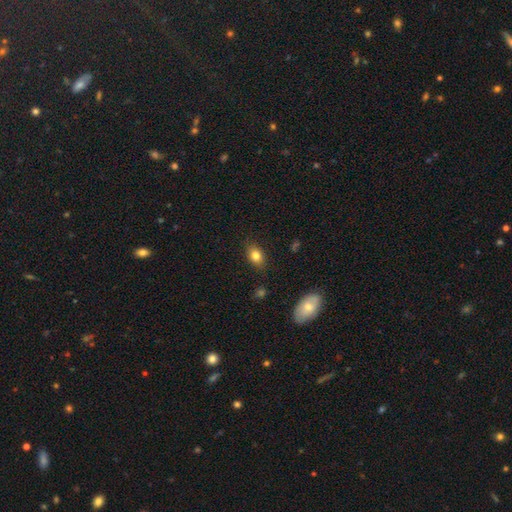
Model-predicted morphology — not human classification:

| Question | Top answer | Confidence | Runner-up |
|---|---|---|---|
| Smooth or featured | smooth | 81% | star or artifact (9%) |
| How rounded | in between | 76% | round (22%) |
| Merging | none | 83% | minor disturbance (12%) |